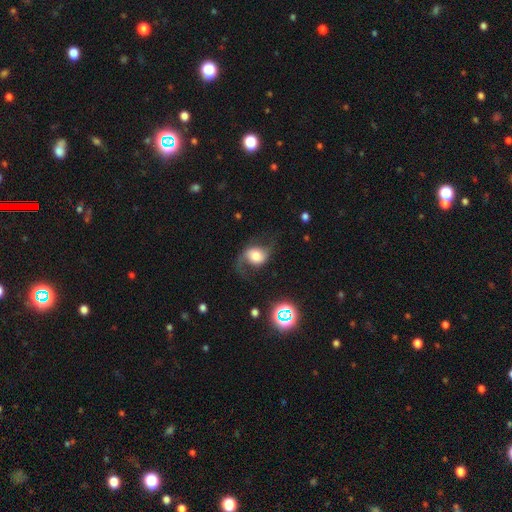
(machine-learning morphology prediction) smooth-or-featured: featured or disk: 58% | smooth: 31% | star or artifact: 11%
  disk-edge-on: no: 96% | yes: 4%
    bar: no: 58% | weak: 31% | strong: 11%
    has-spiral-arms: yes: 89% | no: 11%
    bulge-size: moderate: 44% | large: 30% | small: 12% | dominant: 12% | none: 3%
  merging: none: 54% | major disturbance: 23% | minor disturbance: 21% | merger: 2%